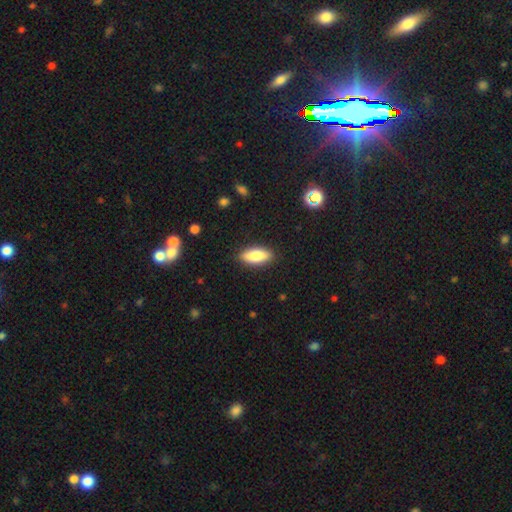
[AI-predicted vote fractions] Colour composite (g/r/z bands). It shows a smooth galaxy with no disk features (82%) that is in between round and cigar-shaped (78%). Merging: none (88%).